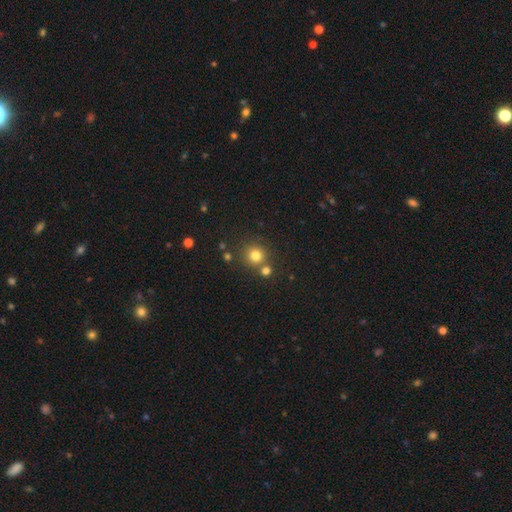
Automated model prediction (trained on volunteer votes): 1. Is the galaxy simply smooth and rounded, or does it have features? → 78% smooth, 15% star or artifact, 7% featured or disk.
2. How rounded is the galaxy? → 93% round, 6% in between, 1% cigar-shaped.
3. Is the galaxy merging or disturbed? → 73% none, 17% merger, 7% minor disturbance, 3% major disturbance.